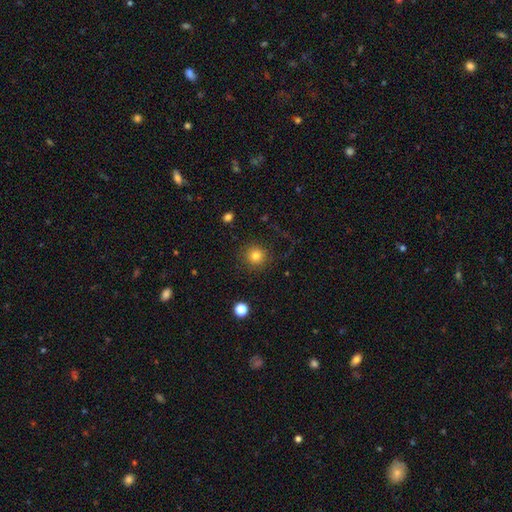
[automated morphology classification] Smooth or featured?
  - smooth: 81% *
  - star or artifact: 12%
  - featured or disk: 7%
How rounded?
  - round: 93% *
  - in between: 6%
  - cigar-shaped: 1%
Merging?
  - none: 88% *
  - minor disturbance: 7%
  - major disturbance: 4%
  - merger: 1%